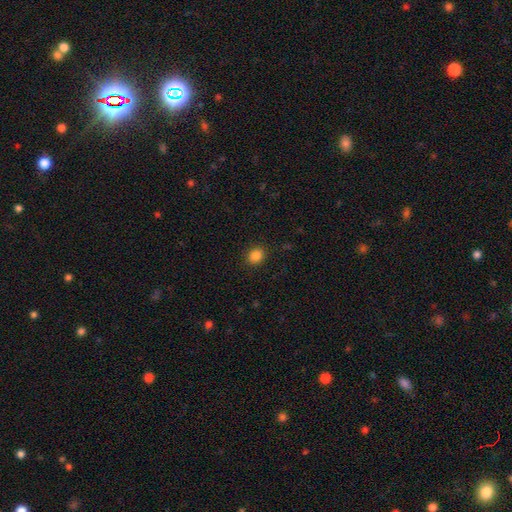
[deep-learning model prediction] Overall: smooth (85%). How rounded: round (65%; in between 34%). Merging: none (90%).